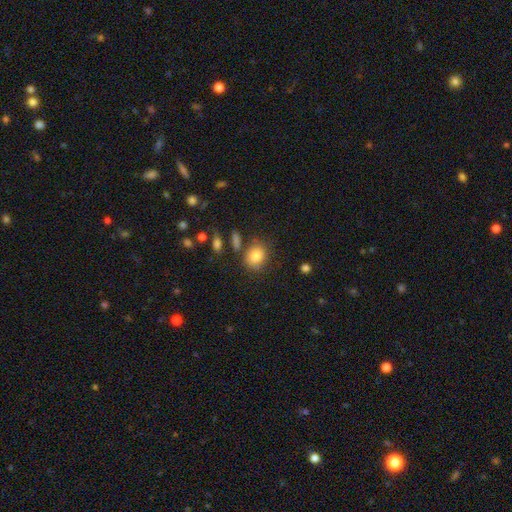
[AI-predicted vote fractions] A smooth galaxy with no disk features (82%) that is round (63%).

Vote fractions:
- Smooth or featured? smooth: 82% / star or artifact: 9% / featured or disk: 9%
- How rounded? round: 63% / in between: 36% / cigar-shaped: 1%
- Merging? none: 74% / minor disturbance: 15% / merger: 7% / major disturbance: 5%